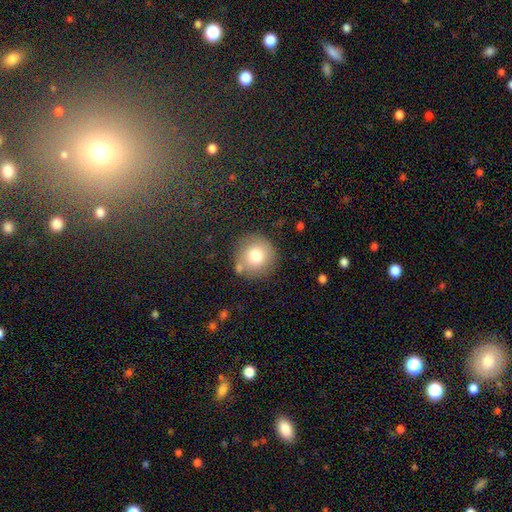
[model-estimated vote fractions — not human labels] Morphology: type=smooth (77%); roundness=round (94%); merging=none (78%).